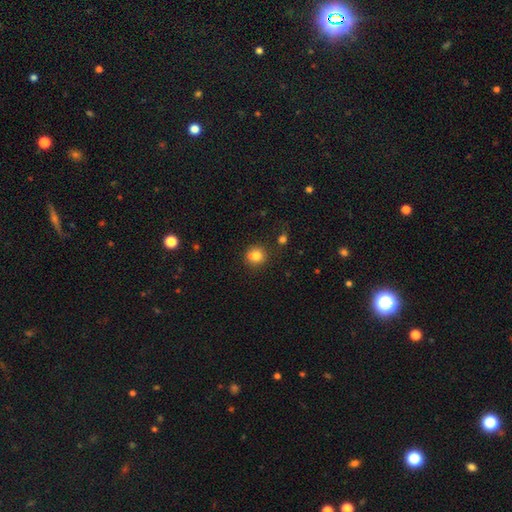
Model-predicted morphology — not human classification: Smooth or featured?
  - smooth: 81% *
  - star or artifact: 11%
  - featured or disk: 8%
How rounded?
  - round: 83% *
  - in between: 16%
  - cigar-shaped: 1%
Merging?
  - none: 74% *
  - minor disturbance: 13%
  - merger: 9%
  - major disturbance: 4%